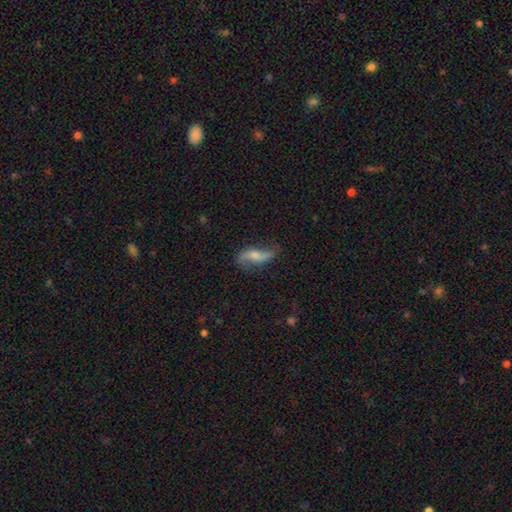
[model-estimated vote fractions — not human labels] Overall: featured or disk (70%). Edge-on disk: no (88%). Bar: no (51%; weak 33%). Spiral arms: yes (91%). Spiral arm count: 2 (91%). Spiral winding: loose (89%). Bulge size: small (41%; moderate 35%). Merging: none (68%).